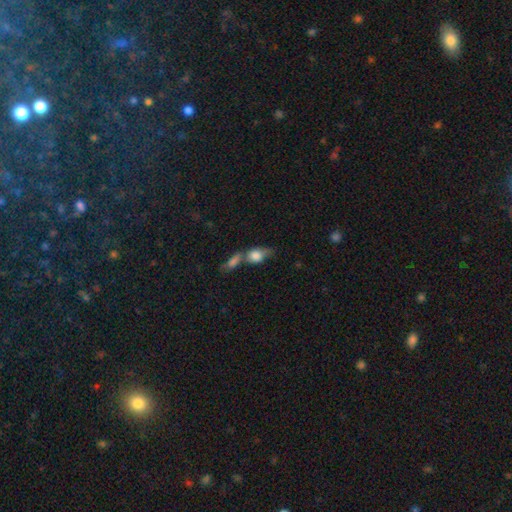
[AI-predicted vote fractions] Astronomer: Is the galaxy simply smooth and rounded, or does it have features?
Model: smooth — 72%.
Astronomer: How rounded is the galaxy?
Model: in between — 66%.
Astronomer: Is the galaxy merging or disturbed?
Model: merger — 57%.